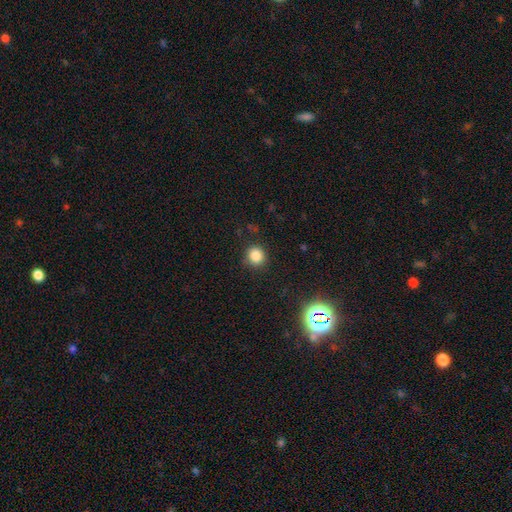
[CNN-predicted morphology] A smooth galaxy with no disk features (83%) that is round (88%). Merging: none (86%).